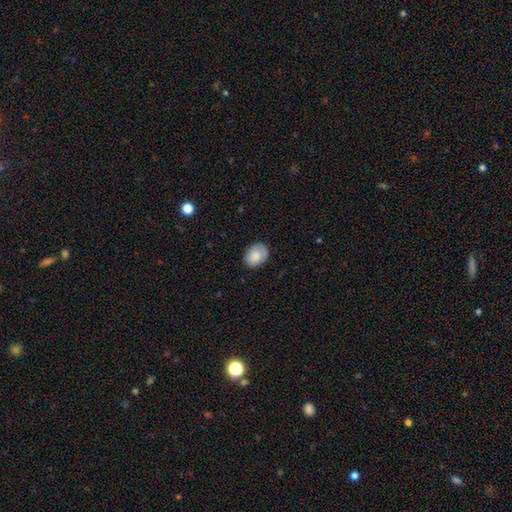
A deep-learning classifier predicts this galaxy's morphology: This is clearly a smooth galaxy (85%). How rounded: likely in between (63%). Merging: clearly none (80%).